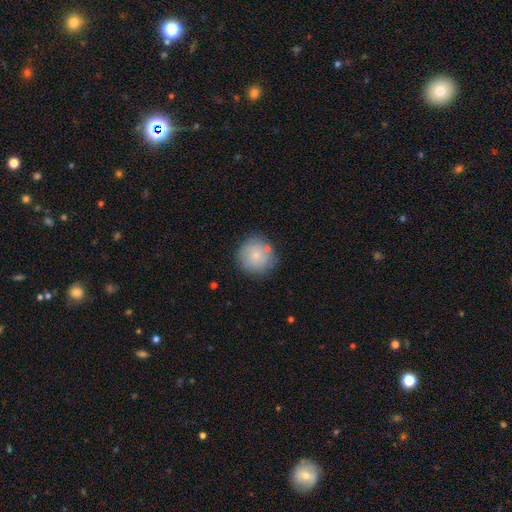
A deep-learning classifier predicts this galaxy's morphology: This is likely a smooth galaxy (77%). How rounded: clearly round (94%). Merging: likely none (80%).